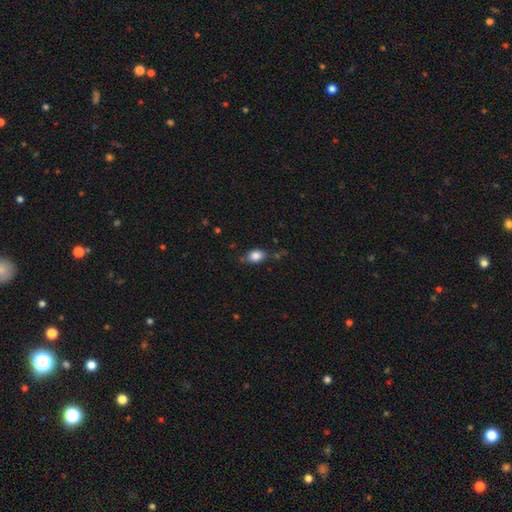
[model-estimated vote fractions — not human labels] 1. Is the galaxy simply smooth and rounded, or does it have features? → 85% smooth, 9% star or artifact, 6% featured or disk.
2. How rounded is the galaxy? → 77% in between, 22% round, 2% cigar-shaped.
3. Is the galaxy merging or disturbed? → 70% none, 21% minor disturbance, 5% major disturbance, 4% merger.